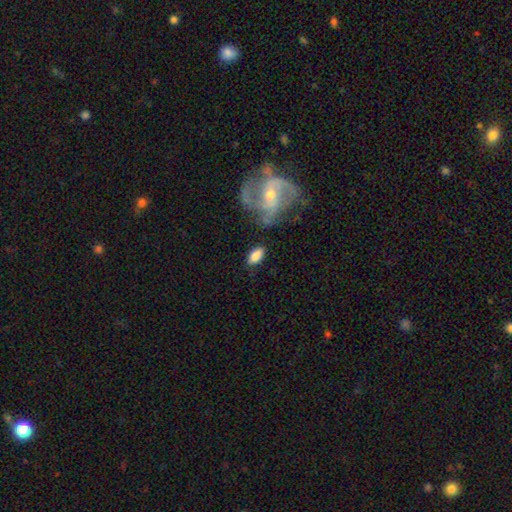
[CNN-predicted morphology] smooth-or-featured: smooth: 81% | featured or disk: 12% | star or artifact: 7%
  how-rounded: in between: 91% | cigar-shaped: 5% | round: 4%
  merging: none: 78% | minor disturbance: 13% | major disturbance: 5% | merger: 4%